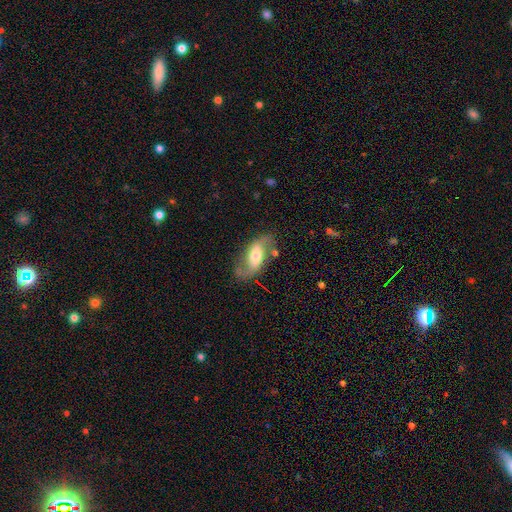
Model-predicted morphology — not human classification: Smooth or featured? Predicted: featured or disk (p=0.75). Edge-on disk? Predicted: no (p=0.94). Bar? Predicted: weak (p=0.37). Spiral arms? Predicted: yes (p=0.89). Spiral winding? Predicted: loose (p=0.61). Spiral arm count? Predicted: 2 (p=0.89). Bulge size? Predicted: moderate (p=0.57). Merging? Predicted: none (p=0.68).